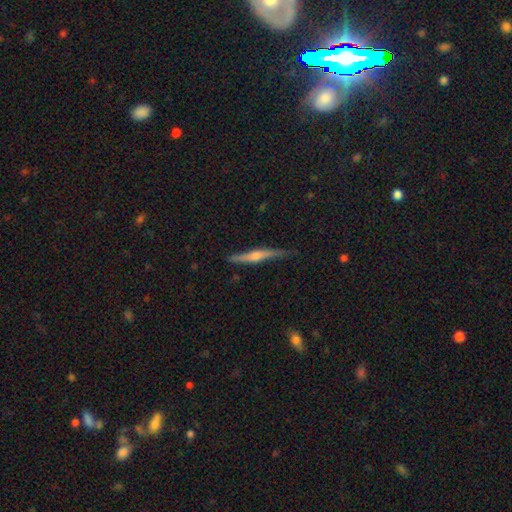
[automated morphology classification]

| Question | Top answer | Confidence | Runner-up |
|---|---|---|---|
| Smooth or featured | featured or disk | 75% | smooth (19%) |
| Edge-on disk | yes | 97% | no (3%) |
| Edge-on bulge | rounded | 86% | none (8%) |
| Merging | none | 82% | minor disturbance (14%) |